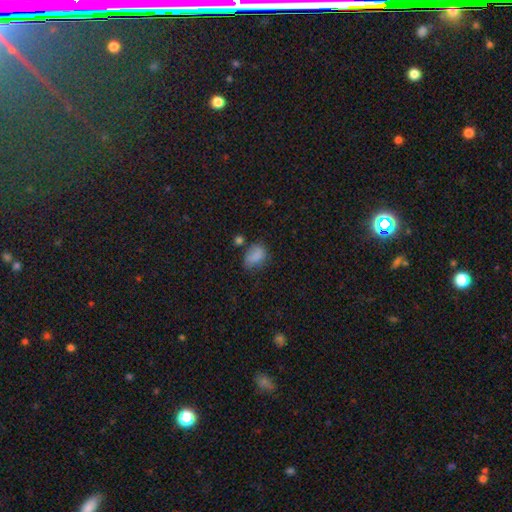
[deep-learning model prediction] This is clearly a smooth galaxy (81%). How rounded: likely in between (75%). Merging: possibly none (52%).